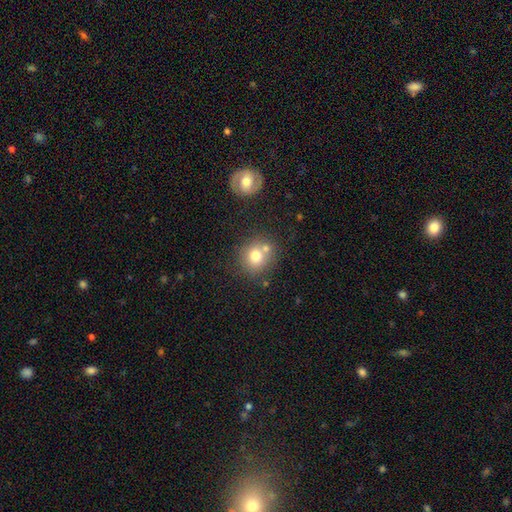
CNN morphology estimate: Smooth or featured: smooth — 73% (featured or disk — 15%)
How rounded: round — 83% (in between — 16%)
Merging: none — 58% (merger — 28%)